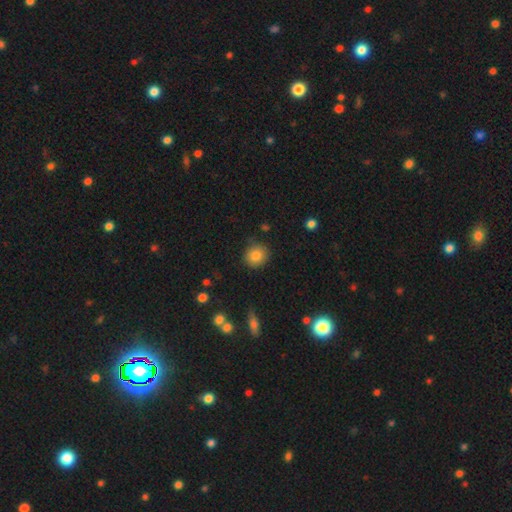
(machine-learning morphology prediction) A smooth galaxy with no disk features (84%) that is round (89%).

Vote fractions:
- Smooth or featured? smooth: 84% / star or artifact: 9% / featured or disk: 6%
- How rounded? round: 89% / in between: 10% / cigar-shaped: 1%
- Merging? none: 85% / minor disturbance: 11% / major disturbance: 3% / merger: 2%